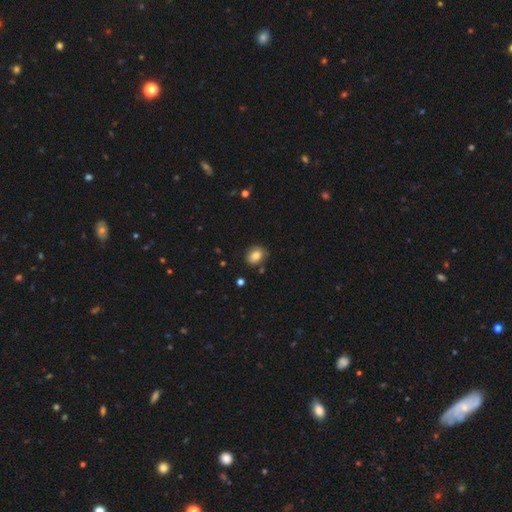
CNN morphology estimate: Smooth or featured? smooth (81%)
How rounded? in between (53%)
Merging? none (82%)